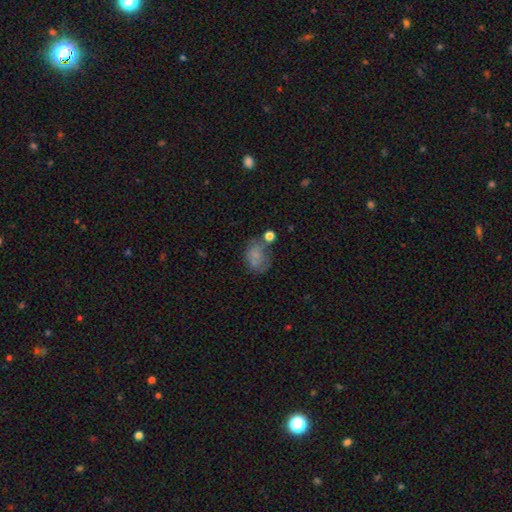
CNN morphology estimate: smooth-or-featured: smooth: 62% | featured or disk: 24% | star or artifact: 14%
  how-rounded: in between: 51% | round: 48% | cigar-shaped: 1%
  merging: none: 35% | minor disturbance: 24% | major disturbance: 23% | merger: 17%